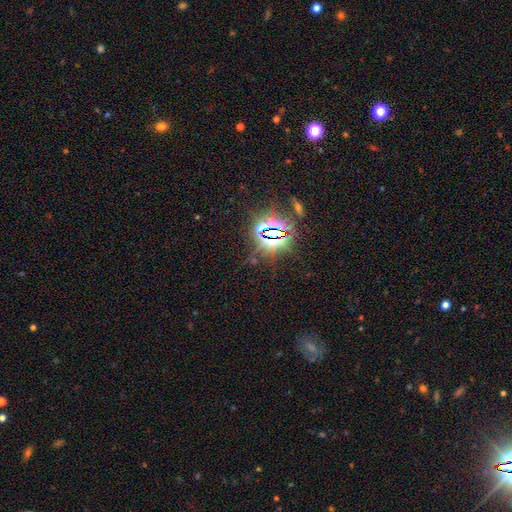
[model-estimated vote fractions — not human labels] A star or artifact, not a galaxy (83%).